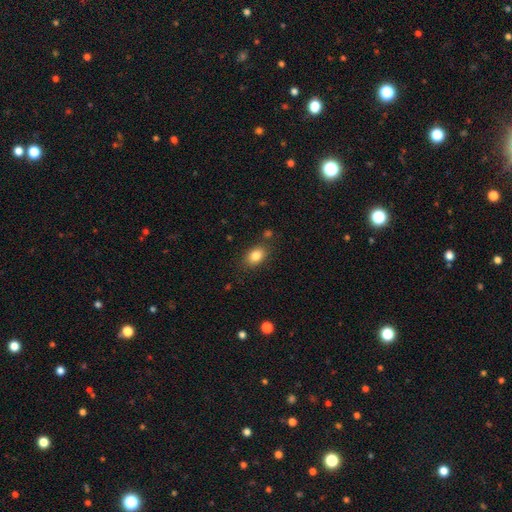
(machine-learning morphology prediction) smooth 83%, star or artifact 9%, featured or disk 8%. Down the decision tree: how rounded — in between (78%); merging — none (80%).